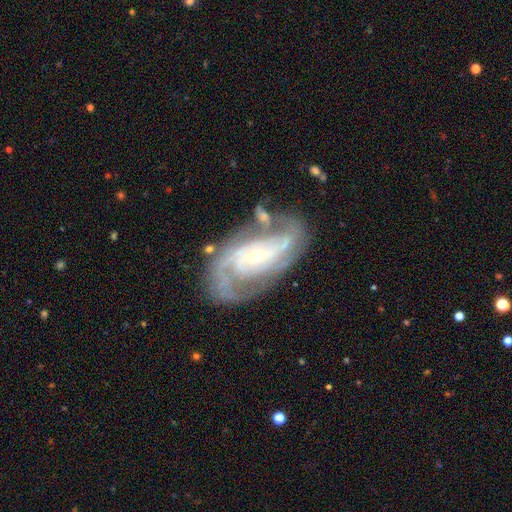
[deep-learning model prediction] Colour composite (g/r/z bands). It shows a featured or disk galaxy (89%) with no bar (59%), 2 (56%) tight (46%) spiral arms (96%) and a small central bulge (66%). Merging: none (66%).